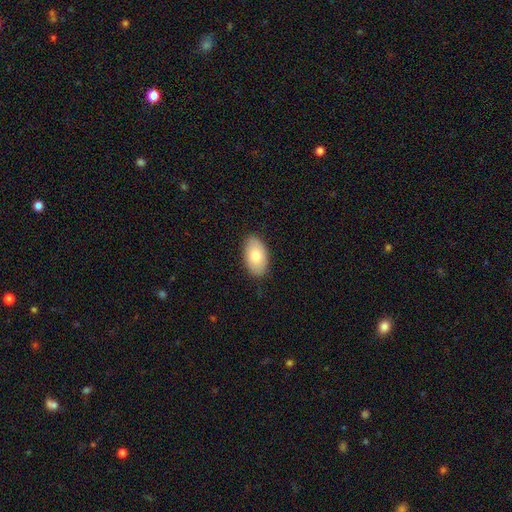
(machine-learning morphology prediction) Smooth or featured: smooth — 77% (featured or disk — 17%)
How rounded: in between — 94% (round — 4%)
Merging: none — 86% (minor disturbance — 11%)